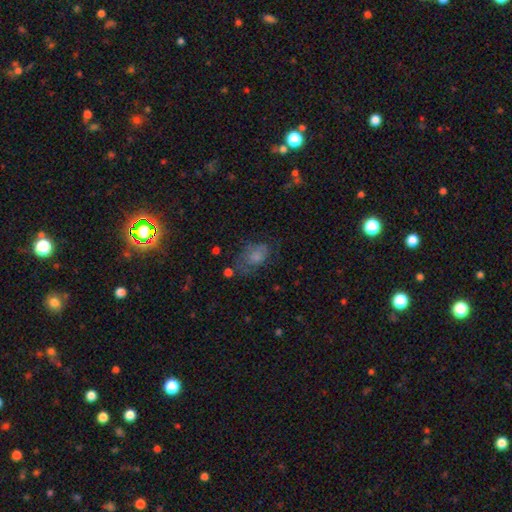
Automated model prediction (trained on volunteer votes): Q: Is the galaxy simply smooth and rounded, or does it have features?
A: smooth — 62%.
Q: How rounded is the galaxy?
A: in between — 84%.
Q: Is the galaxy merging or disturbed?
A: none — 46%.